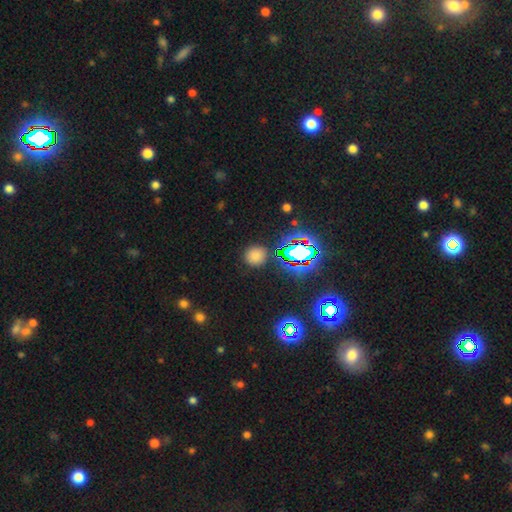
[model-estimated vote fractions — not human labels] This is likely a smooth galaxy (71%). How rounded: clearly round (89%). Merging: clearly none (86%).